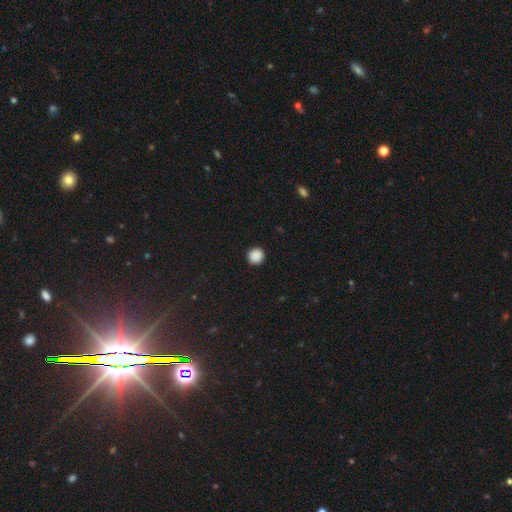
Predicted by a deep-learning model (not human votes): The model was most divided on "smooth or featured": smooth: 89%, star or artifact: 9%, featured or disk: 2%. More confident: how rounded — round (93%); merging — none (92%).